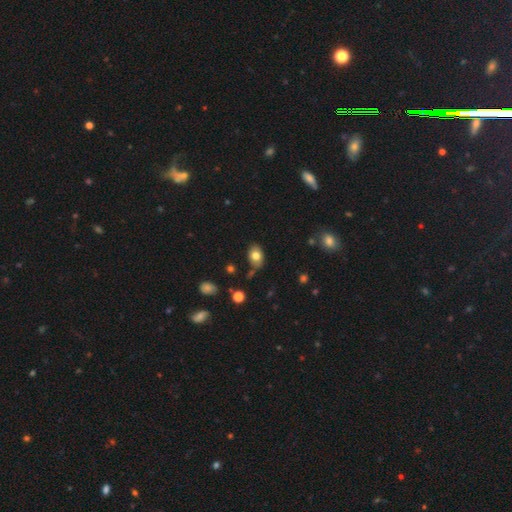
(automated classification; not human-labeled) This appears to be a smooth galaxy with no disk features (77%) that is in between round and cigar-shaped (79%). Merging: none (73%).